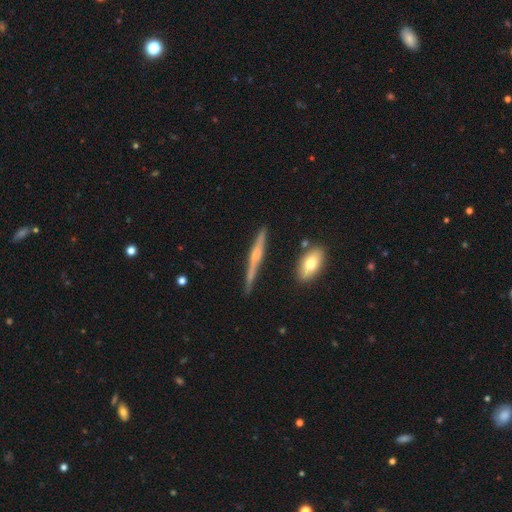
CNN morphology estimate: A featured or disk galaxy (69%) viewed edge-on (97%) with a rounded central bulge (64%).

Vote fractions:
- Smooth or featured? featured or disk: 69% / smooth: 25% / star or artifact: 7%
- Edge-on disk? yes: 97% / no: 3%
- Edge-on bulge? rounded: 64% / none: 22% / boxy: 14%
- Merging? none: 83% / minor disturbance: 12% / merger: 2% / major disturbance: 2%